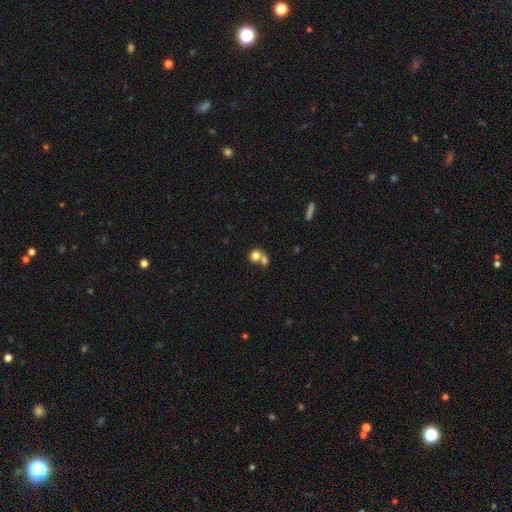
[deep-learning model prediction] The model was most divided on "merging": merger: 57%, none: 33%, minor disturbance: 6%, major disturbance: 4%. More confident: smooth or featured — smooth (76%); how rounded — round (73%).